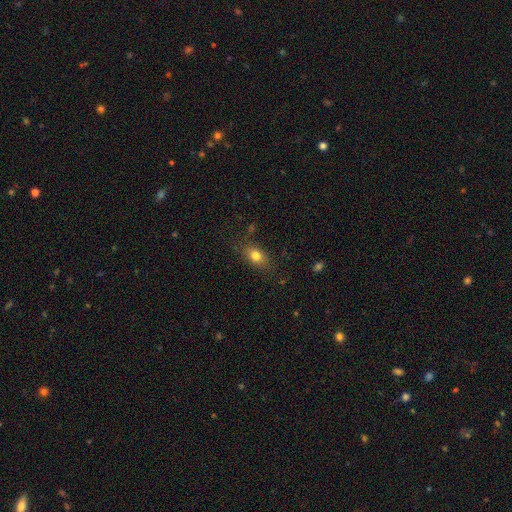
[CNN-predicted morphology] The model was most divided on "how rounded": in between: 77%, round: 19%, cigar-shaped: 4%. More confident: smooth or featured — smooth (79%); merging — none (79%).